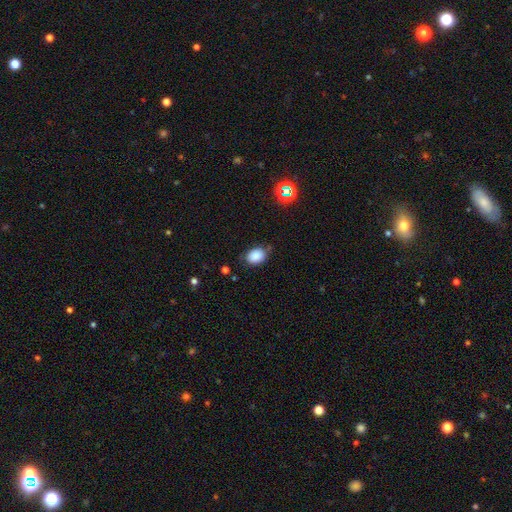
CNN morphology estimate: Smooth or featured? smooth (87%)
How rounded? in between (71%)
Merging? none (78%)